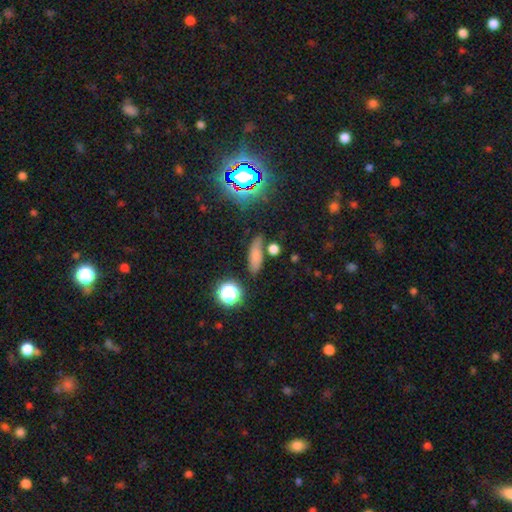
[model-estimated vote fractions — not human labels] A smooth galaxy with no disk features (72%) that is cigar-shaped (46%). Merging: none (73%).